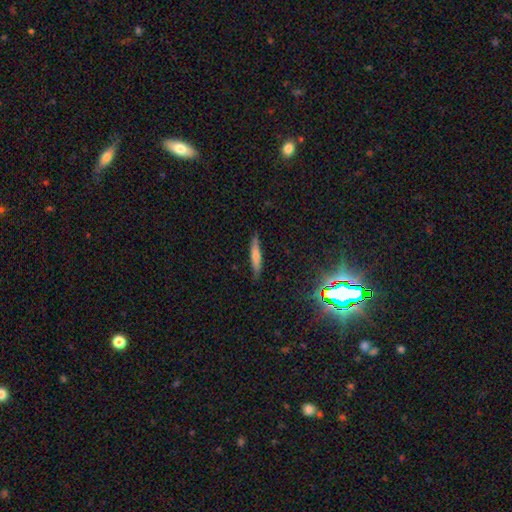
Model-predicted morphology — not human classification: smooth_or_featured: smooth (p=0.66) [alt: featured or disk p=0.25]
how_rounded: cigar-shaped (p=0.89) [alt: in between p=0.10]
merging: none (p=0.85) [alt: minor disturbance p=0.11]